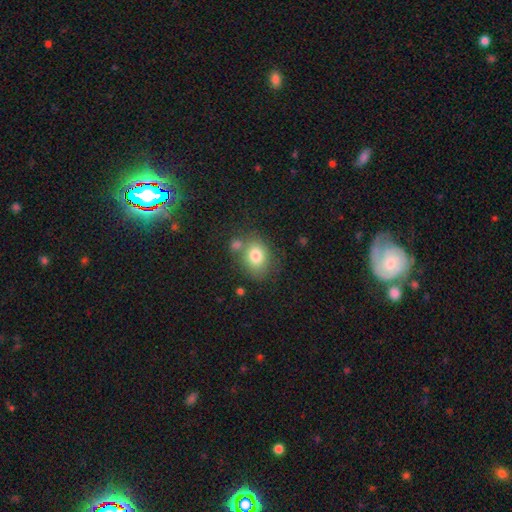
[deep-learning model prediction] Q: Smooth or featured?
A: smooth (79%); runner-up: featured or disk (12%)
Q: How rounded?
A: in between (51%); runner-up: round (48%)
Q: Merging?
A: none (62%); runner-up: merger (17%)